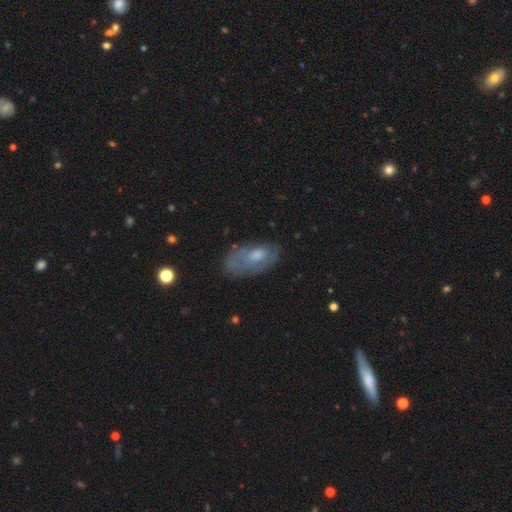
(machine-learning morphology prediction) Smooth or featured?
  - smooth: 49% *
  - featured or disk: 41%
  - star or artifact: 10%
Merging?
  - none: 55% *
  - minor disturbance: 27%
  - major disturbance: 15%
  - merger: 3%